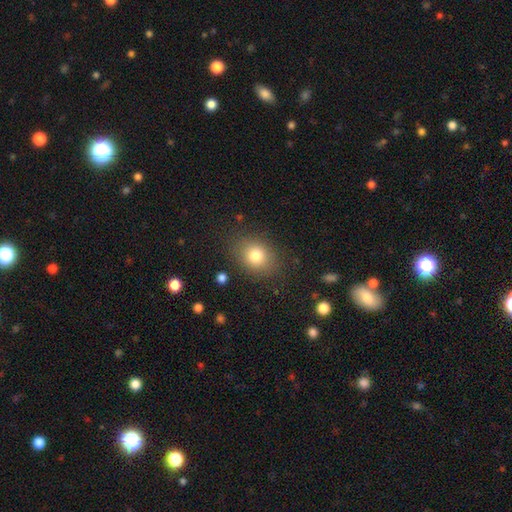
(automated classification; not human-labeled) Smooth or featured? smooth (79%)
How rounded? in between (50%)
Merging? none (83%)